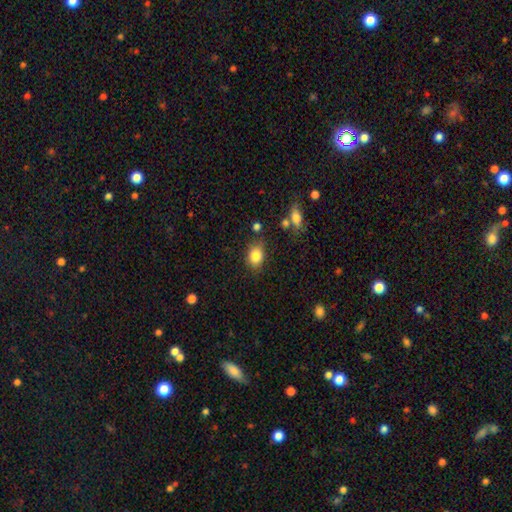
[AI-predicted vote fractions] The model was most divided on "how rounded": in between: 65%, round: 33%, cigar-shaped: 1%. More confident: smooth or featured — smooth (83%); merging — none (78%).